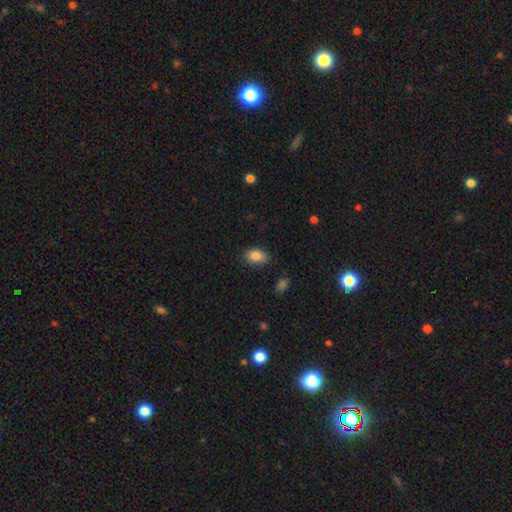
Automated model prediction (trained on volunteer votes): Q: Smooth or featured?
A: smooth (86%); runner-up: star or artifact (8%)
Q: How rounded?
A: in between (85%); runner-up: round (14%)
Q: Merging?
A: none (83%); runner-up: minor disturbance (13%)